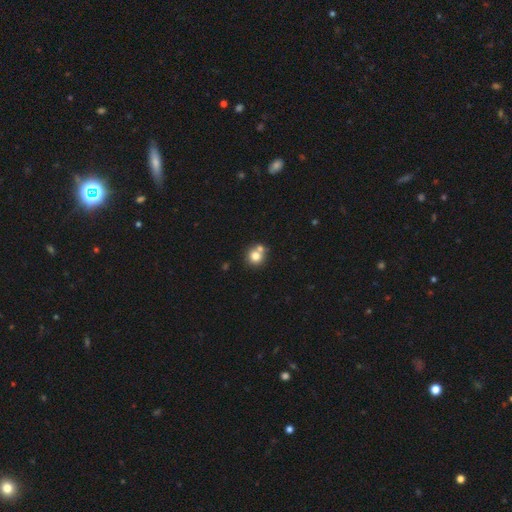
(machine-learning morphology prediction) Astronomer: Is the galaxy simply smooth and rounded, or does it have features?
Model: smooth — 76%.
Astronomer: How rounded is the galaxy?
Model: round — 88%.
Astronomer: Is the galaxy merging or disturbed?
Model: none — 54% (runner-up: merger, 34%).